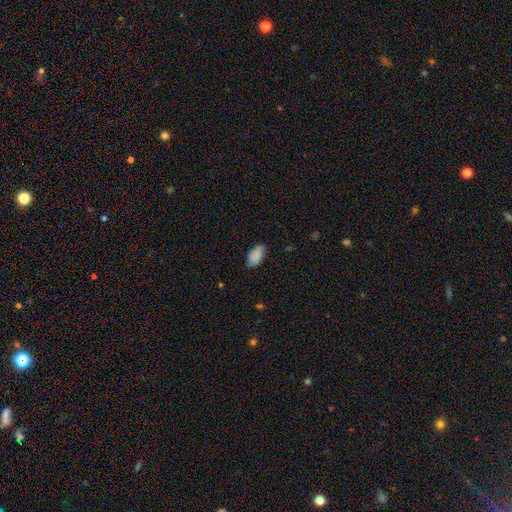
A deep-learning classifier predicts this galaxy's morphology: Smooth or featured: smooth — 88% (star or artifact — 7%)
How rounded: in between — 94% (round — 4%)
Merging: none — 79% (minor disturbance — 17%)